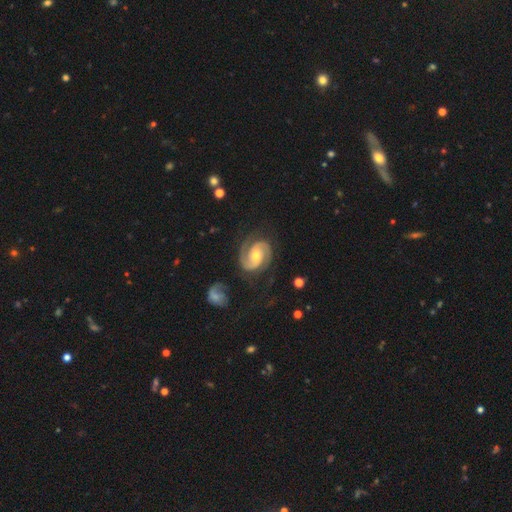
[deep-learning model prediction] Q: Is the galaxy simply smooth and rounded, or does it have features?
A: featured or disk — 90%.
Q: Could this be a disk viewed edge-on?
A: no — 98%.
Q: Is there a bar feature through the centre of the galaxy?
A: no — 59%.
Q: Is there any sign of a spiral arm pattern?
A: yes — 98%.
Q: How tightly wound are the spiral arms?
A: tight — 48%.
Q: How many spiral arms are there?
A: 2 — 92%.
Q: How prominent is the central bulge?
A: moderate — 60%.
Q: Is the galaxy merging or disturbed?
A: none — 78%.